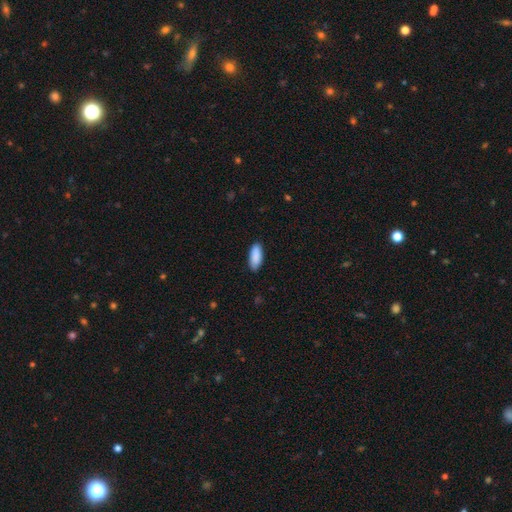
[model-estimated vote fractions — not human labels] Q: Smooth or featured?
A: smooth (90%); runner-up: star or artifact (6%)
Q: How rounded?
A: in between (80%); runner-up: cigar-shaped (18%)
Q: Merging?
A: none (87%); runner-up: minor disturbance (10%)